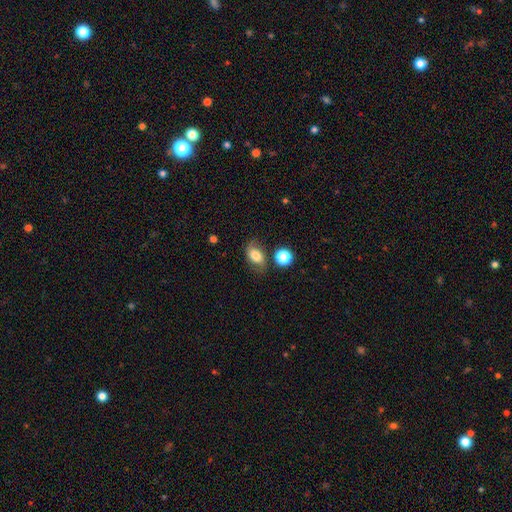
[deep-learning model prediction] This is likely a smooth galaxy (68%). How rounded: clearly in between (82%). Merging: likely none (67%).